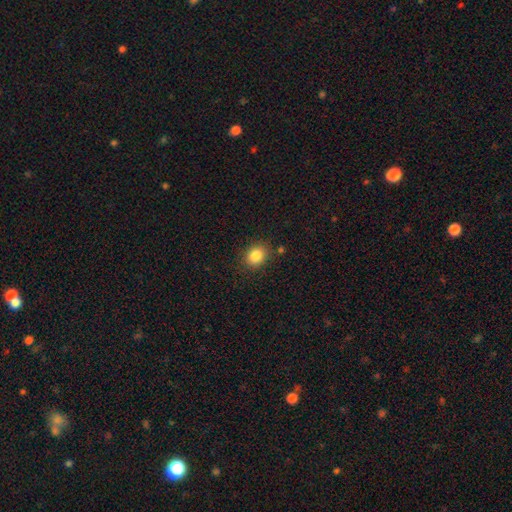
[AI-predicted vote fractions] This is clearly a smooth galaxy (84%). How rounded: possibly round (57%). Merging: clearly none (84%).